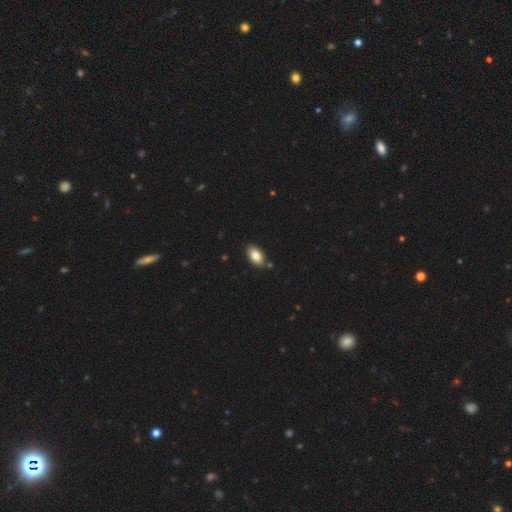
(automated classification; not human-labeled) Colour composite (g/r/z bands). It shows a smooth galaxy with no disk features (85%) that is in between round and cigar-shaped (92%). Merging: none (83%).